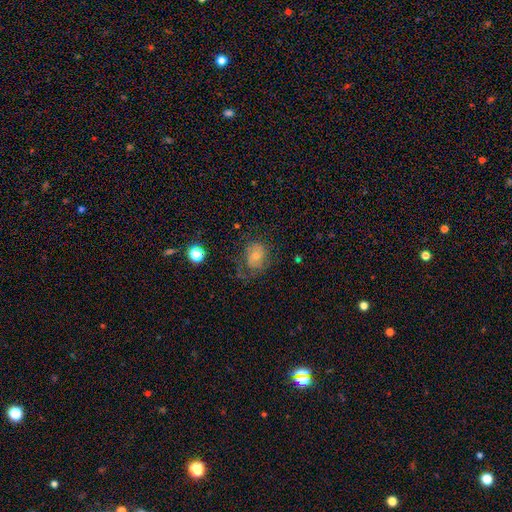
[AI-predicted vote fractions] smooth-or-featured: smooth: 55% | featured or disk: 33% | star or artifact: 11%
  how-rounded: round: 53% | in between: 46% | cigar-shaped: 1%
  merging: none: 48% | minor disturbance: 26% | major disturbance: 23% | merger: 2%